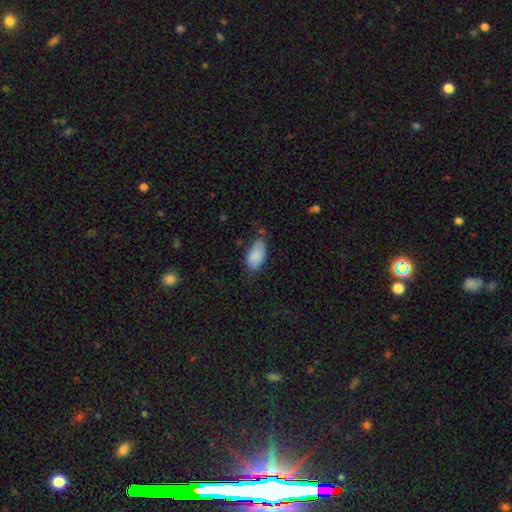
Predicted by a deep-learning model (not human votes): Smooth or featured?
  - smooth: 86% *
  - featured or disk: 7%
  - star or artifact: 7%
How rounded?
  - in between: 93% *
  - cigar-shaped: 4%
  - round: 3%
Merging?
  - none: 55% *
  - minor disturbance: 34%
  - major disturbance: 8%
  - merger: 3%